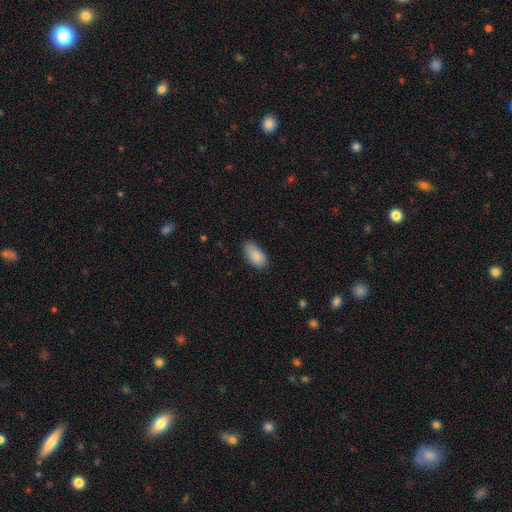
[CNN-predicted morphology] smooth_or_featured: smooth (p=0.88) [alt: star or artifact p=0.07]
how_rounded: in between (p=0.94) [alt: round p=0.03]
merging: none (p=0.80) [alt: minor disturbance p=0.16]